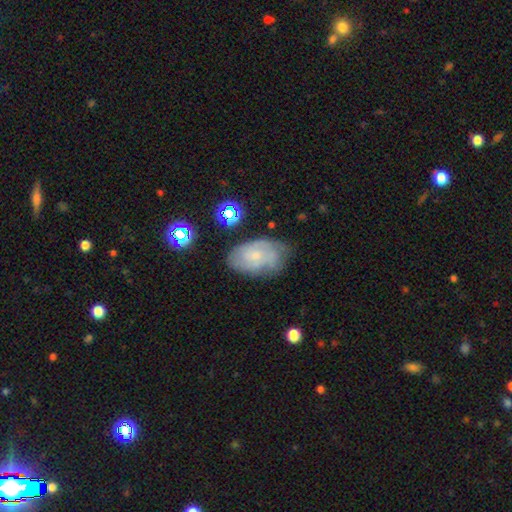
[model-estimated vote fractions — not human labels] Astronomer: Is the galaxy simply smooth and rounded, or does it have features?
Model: featured or disk — 54% (runner-up: smooth, 36%).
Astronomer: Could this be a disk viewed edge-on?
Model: no — 96%.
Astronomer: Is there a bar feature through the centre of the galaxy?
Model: no — 74%.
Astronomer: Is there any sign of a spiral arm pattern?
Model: yes — 79%.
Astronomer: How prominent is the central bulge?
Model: small — 64%.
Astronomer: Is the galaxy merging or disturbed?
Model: none — 60%.